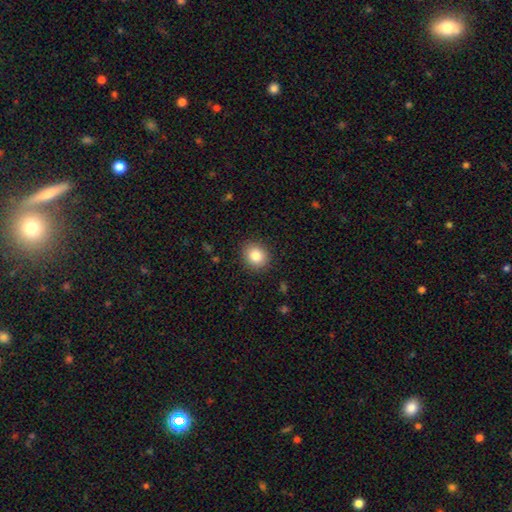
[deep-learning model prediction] smooth 84%, star or artifact 9%, featured or disk 7%. Down the decision tree: how rounded — round (73%); merging — none (89%).